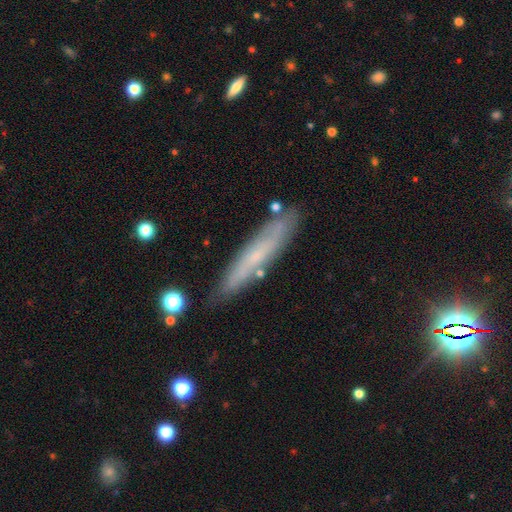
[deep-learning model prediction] This appears to be a featured or disk galaxy (47%). Merging: none (81%).